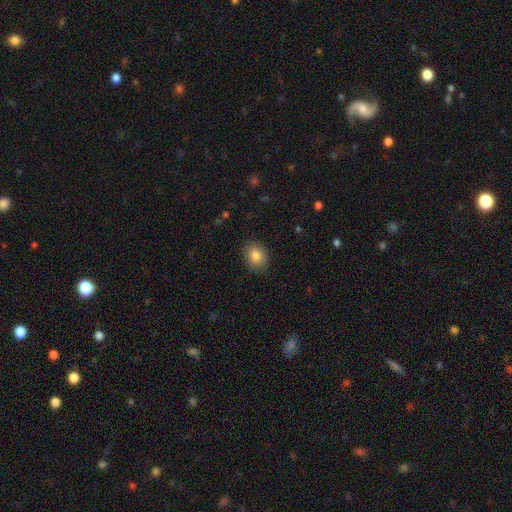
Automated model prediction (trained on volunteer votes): smooth-or-featured: smooth: 84% | star or artifact: 9% | featured or disk: 7%
  how-rounded: round: 59% | in between: 41% | cigar-shaped: 1%
  merging: none: 88% | minor disturbance: 9% | major disturbance: 2% | merger: 1%